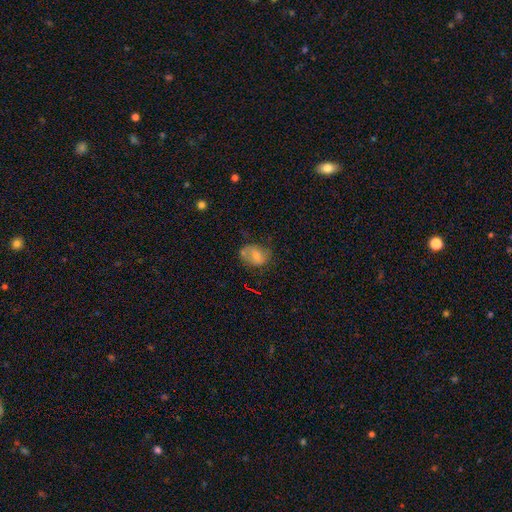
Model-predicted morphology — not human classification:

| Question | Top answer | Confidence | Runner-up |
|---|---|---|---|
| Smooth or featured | smooth | 55% | featured or disk (35%) |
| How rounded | in between | 61% | round (38%) |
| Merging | none | 47% | minor disturbance (29%) |